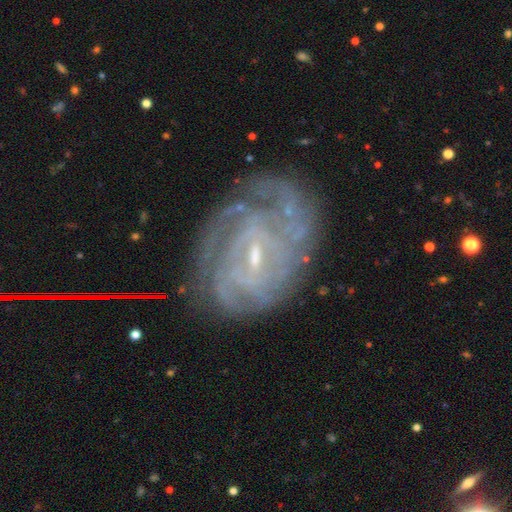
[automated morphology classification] This is clearly a featured or disk galaxy (82%). It is clearly not viewed edge-on (96%). Bar: possibly weak (54%). Spiral arm pattern: clearly yes (92%). Spiral arm count: marginally can't tell (43%). Spiral winding: likely tight (69%). Central bulge: likely small (74%). Merging: likely none (67%).